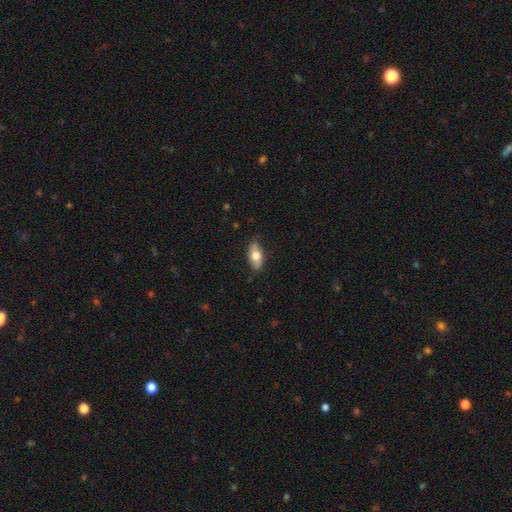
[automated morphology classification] smooth-or-featured: smooth: 72% | featured or disk: 22% | star or artifact: 6%
  how-rounded: in between: 86% | cigar-shaped: 10% | round: 4%
  merging: none: 80% | minor disturbance: 16% | major disturbance: 3% | merger: 1%